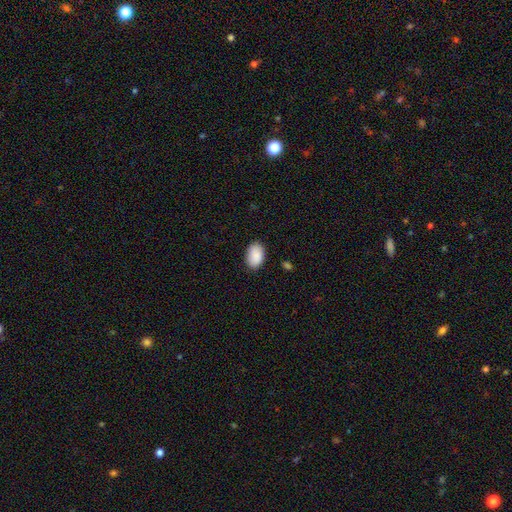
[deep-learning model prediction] A smooth galaxy with no disk features (90%) that is in between round and cigar-shaped (90%). Merging: none (85%).